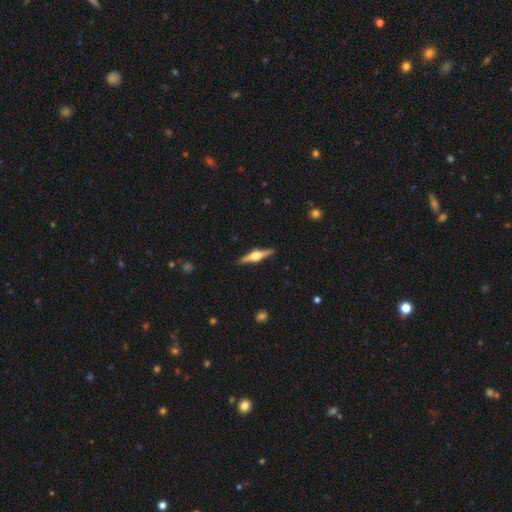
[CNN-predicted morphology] A featured or disk galaxy (80%) viewed edge-on (98%) with a rounded central bulge (96%). Merging: none (92%).